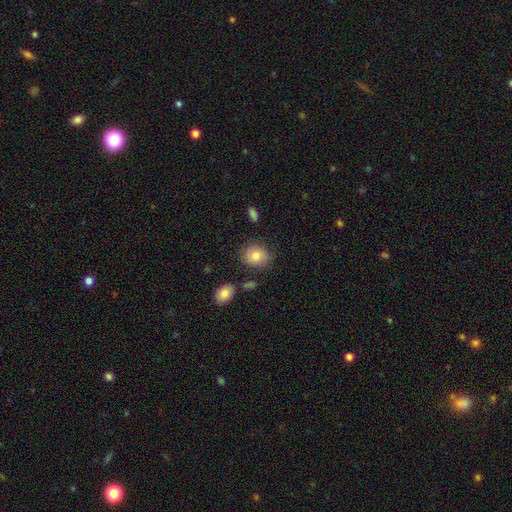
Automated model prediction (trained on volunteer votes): smooth 82%, featured or disk 9%, star or artifact 8%. Down the decision tree: how rounded — round (57%); merging — none (79%).